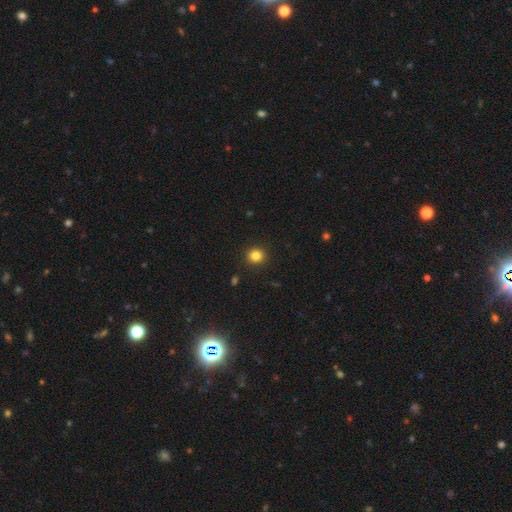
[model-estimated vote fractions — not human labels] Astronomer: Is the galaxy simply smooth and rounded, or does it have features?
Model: smooth — 84%.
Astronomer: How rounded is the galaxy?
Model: round — 88%.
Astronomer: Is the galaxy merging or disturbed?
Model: none — 92%.